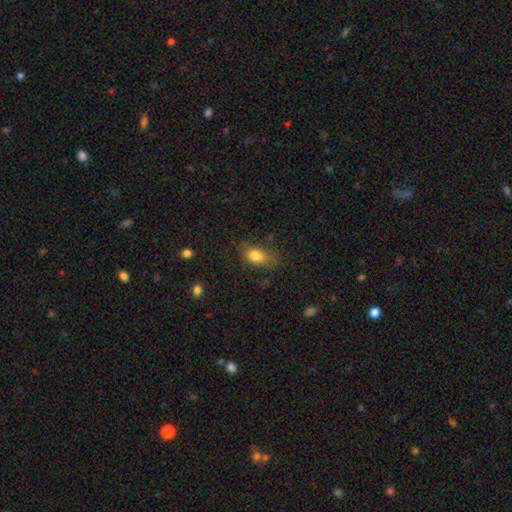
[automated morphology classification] Smooth or featured? Predicted: smooth (p=0.81). How rounded? Predicted: in between (p=0.84). Merging? Predicted: none (p=0.61).